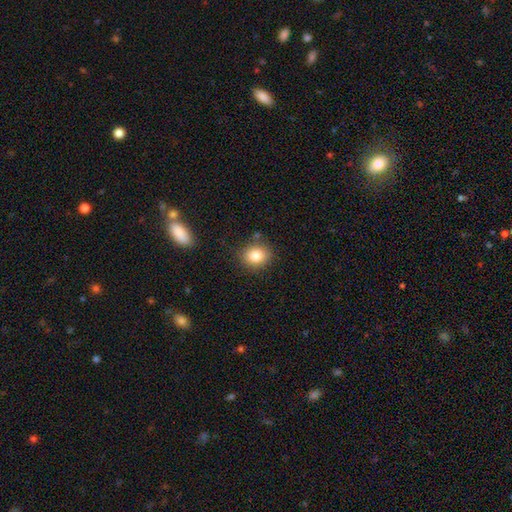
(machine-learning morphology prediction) A smooth galaxy with no disk features (84%) that is round (63%).

Vote fractions:
- Smooth or featured? smooth: 84% / star or artifact: 9% / featured or disk: 7%
- How rounded? round: 63% / in between: 36% / cigar-shaped: 1%
- Merging? none: 82% / minor disturbance: 11% / merger: 4% / major disturbance: 3%